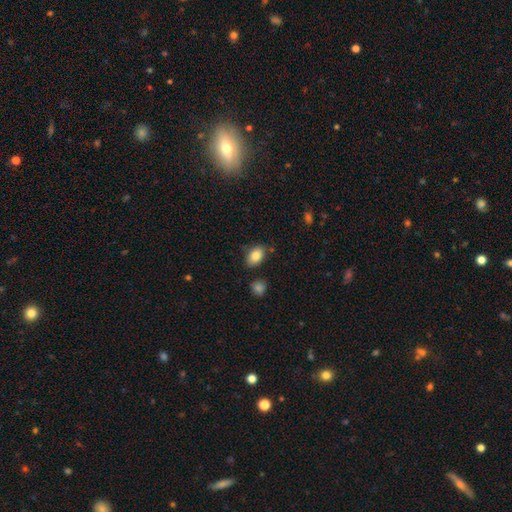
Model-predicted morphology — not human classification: This is clearly a smooth galaxy (85%). How rounded: clearly in between (84%). Merging: likely none (78%).